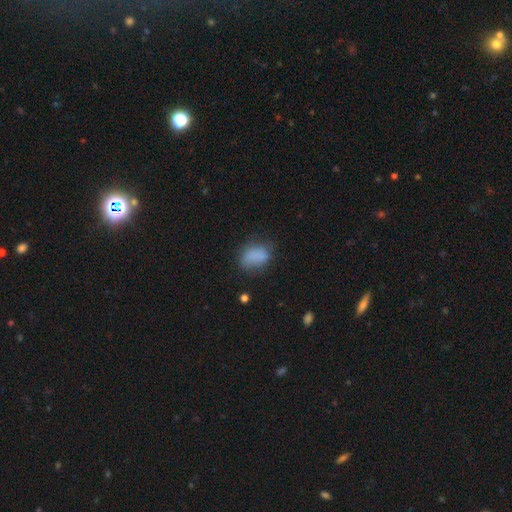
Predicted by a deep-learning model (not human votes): Overall: smooth (80%). How rounded: in between (76%). Merging: none (59%; minor disturbance 26%).